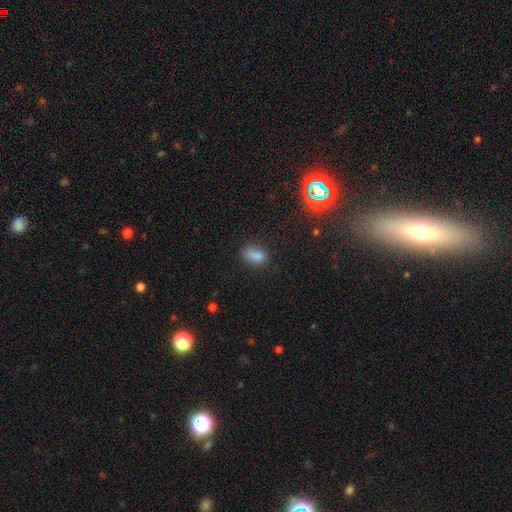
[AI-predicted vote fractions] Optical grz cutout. It shows a smooth galaxy with no disk features (81%) that is in between round and cigar-shaped (83%). Merging: none (69%).